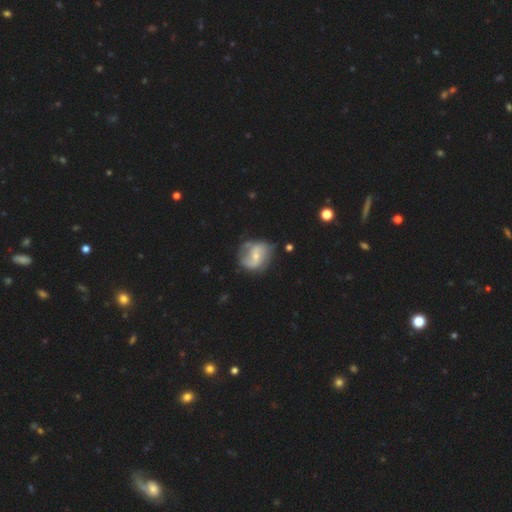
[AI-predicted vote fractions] smooth_or_featured: featured or disk (p=0.66) [alt: smooth p=0.28]
disk_edge_on: no (p=0.97) [alt: yes p=0.03]
bar: weak (p=0.45) [alt: no p=0.34]
has_spiral_arms: yes (p=0.81) [alt: no p=0.19]
spiral_winding: loose (p=0.47) [alt: medium p=0.37]
spiral_arm_count: 2 (p=0.75) [alt: can't tell p=0.14]
bulge_size: small (p=0.57) [alt: moderate p=0.36]
merging: none (p=0.58) [alt: minor disturbance p=0.25]